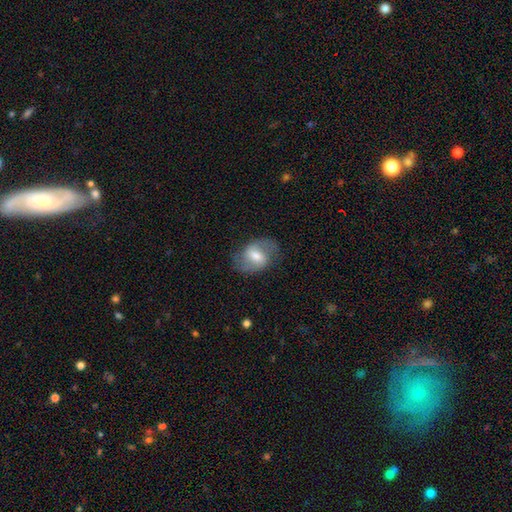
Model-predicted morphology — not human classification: This is likely a featured or disk galaxy (62%). It is clearly not viewed edge-on (96%). Bar: possibly weak (52%). Spiral arm pattern: clearly yes (84%). Spiral arm count: clearly 2 (88%). Spiral winding: possibly medium (49%). Central bulge: possibly moderate (59%). Merging: likely none (76%).